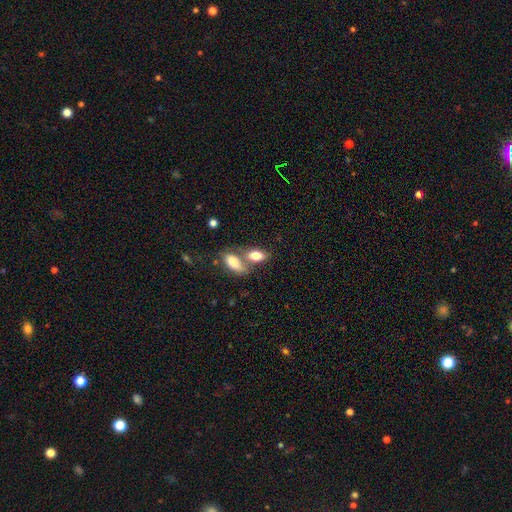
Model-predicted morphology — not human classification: smooth-or-featured: smooth: 80% | featured or disk: 14% | star or artifact: 7%
  how-rounded: in between: 88% | round: 7% | cigar-shaped: 5%
  merging: merger: 56% | none: 32% | minor disturbance: 8% | major disturbance: 4%